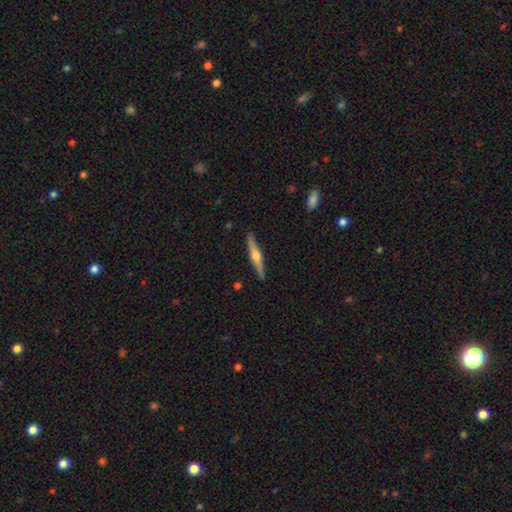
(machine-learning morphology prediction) Smooth or featured? Predicted: featured or disk (p=0.69). Edge-on disk? Predicted: yes (p=0.98). Edge-on bulge? Predicted: rounded (p=0.93). Merging? Predicted: none (p=0.90).